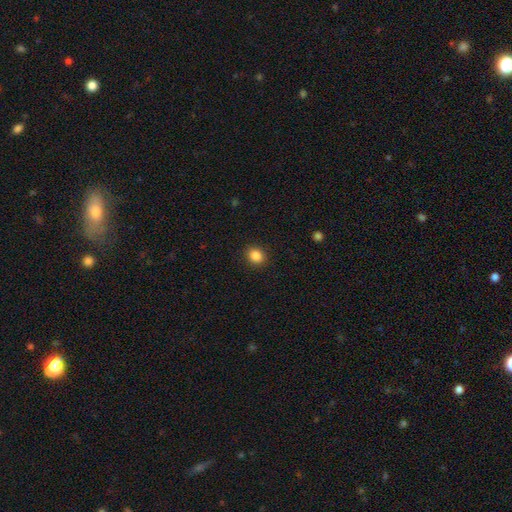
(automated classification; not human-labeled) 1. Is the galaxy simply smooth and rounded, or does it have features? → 86% smooth, 10% star or artifact, 4% featured or disk.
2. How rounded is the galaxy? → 67% round, 32% in between, 1% cigar-shaped.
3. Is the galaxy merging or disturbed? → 91% none, 6% minor disturbance, 2% major disturbance, 1% merger.